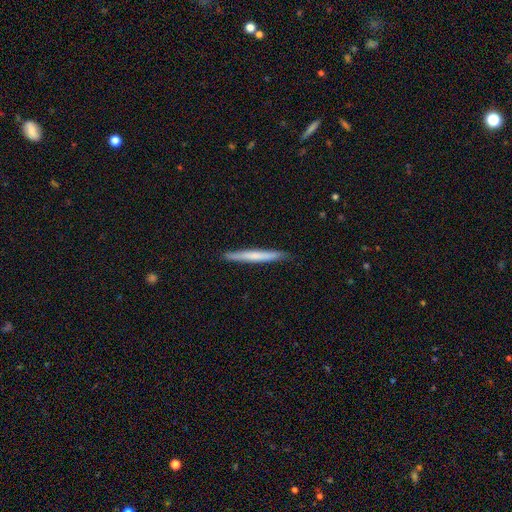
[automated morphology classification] A smooth galaxy with no disk features (59%) that is cigar-shaped (97%). Merging: none (91%).